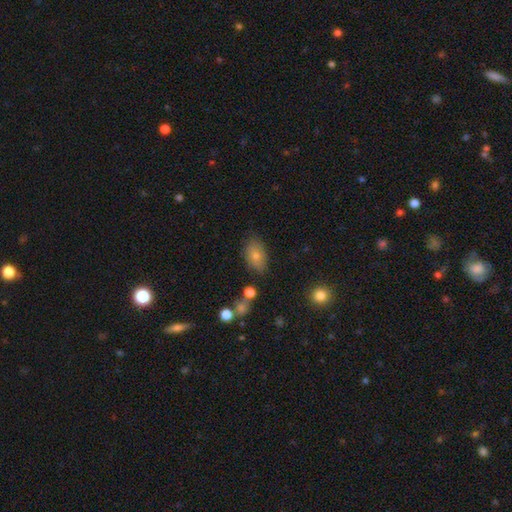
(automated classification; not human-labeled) This appears to be a smooth galaxy with no disk features (76%) that is in between round and cigar-shaped (86%). Merging: none (74%).